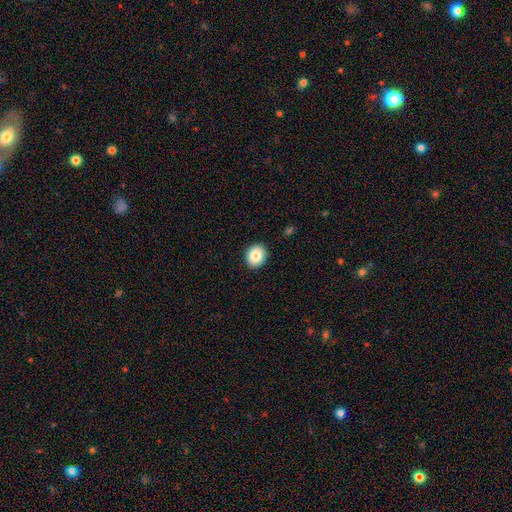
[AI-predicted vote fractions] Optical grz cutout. It shows a smooth galaxy with no disk features (85%) that is round (74%). Merging: none (91%).